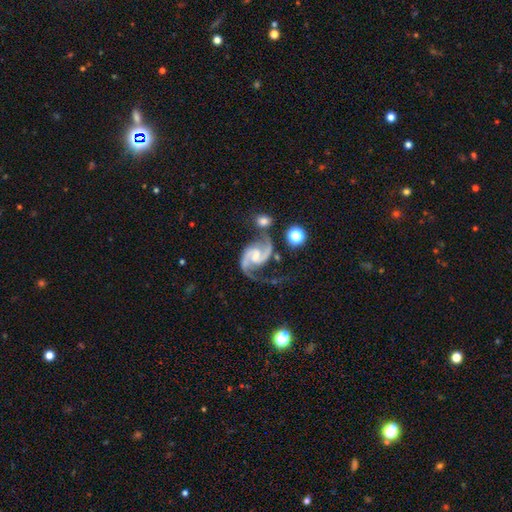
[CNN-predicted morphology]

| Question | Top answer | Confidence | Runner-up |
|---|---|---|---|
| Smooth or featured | featured or disk | 93% | star or artifact (5%) |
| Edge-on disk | no | 98% | yes (2%) |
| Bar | weak | 53% | no (27%) |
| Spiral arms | yes | 98% | no (2%) |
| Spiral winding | medium | 57% | loose (30%) |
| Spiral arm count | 2 | 94% | can't tell (2%) |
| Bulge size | moderate | 39% | small (38%) |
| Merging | none | 54% | minor disturbance (19%) |